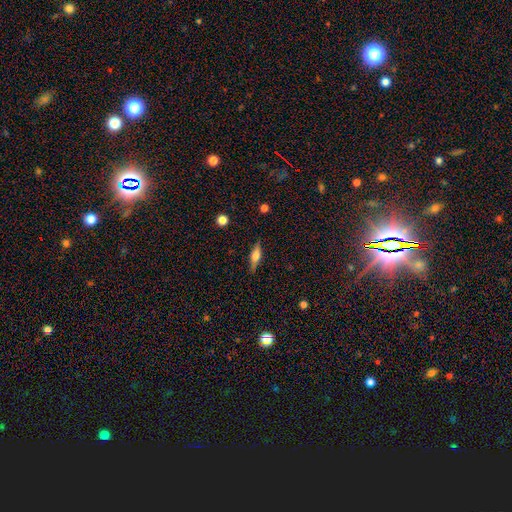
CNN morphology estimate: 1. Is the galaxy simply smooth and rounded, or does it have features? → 47% smooth, 45% featured or disk, 8% star or artifact.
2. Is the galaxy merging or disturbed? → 85% none, 11% minor disturbance, 3% major disturbance, 1% merger.